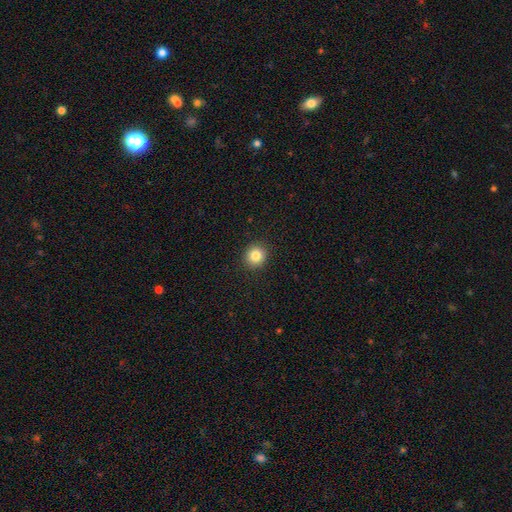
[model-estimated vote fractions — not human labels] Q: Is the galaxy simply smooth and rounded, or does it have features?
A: smooth — 83%.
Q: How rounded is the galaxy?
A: round — 89%.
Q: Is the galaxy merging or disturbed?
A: none — 92%.